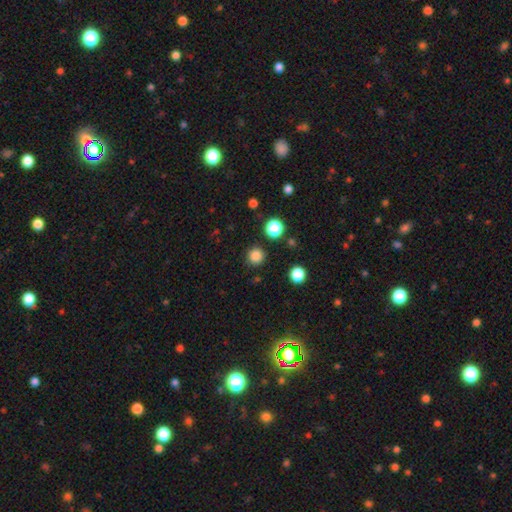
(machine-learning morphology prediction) smooth_or_featured: smooth (p=0.83) [alt: star or artifact p=0.13]
how_rounded: round (p=0.95) [alt: in between p=0.04]
merging: none (p=0.90) [alt: minor disturbance p=0.06]